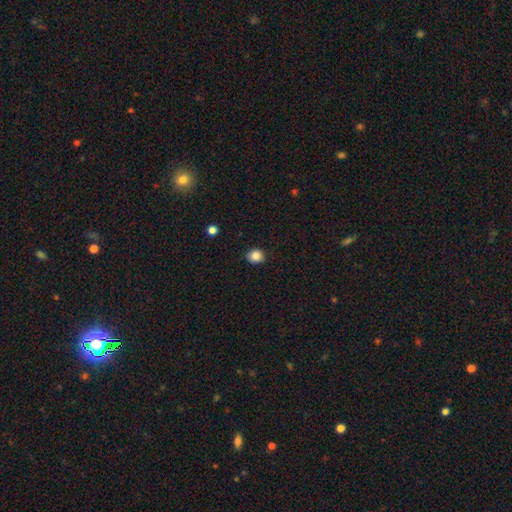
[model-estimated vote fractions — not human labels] smooth 85%, star or artifact 10%, featured or disk 5%. Down the decision tree: how rounded — round (73%); merging — none (88%).